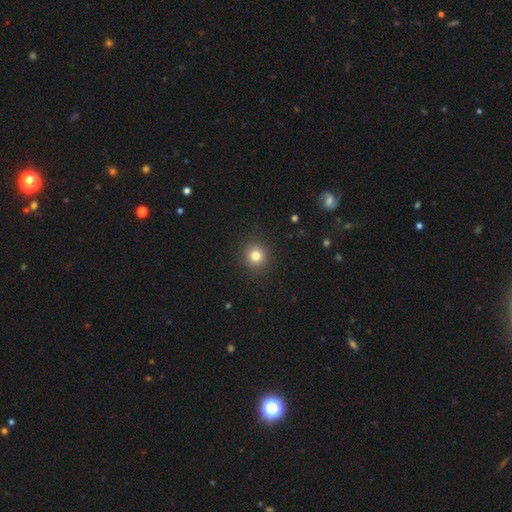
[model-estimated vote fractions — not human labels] smooth_or_featured: smooth (p=0.81) [alt: star or artifact p=0.13]
how_rounded: round (p=0.93) [alt: in between p=0.06]
merging: none (p=0.91) [alt: minor disturbance p=0.06]